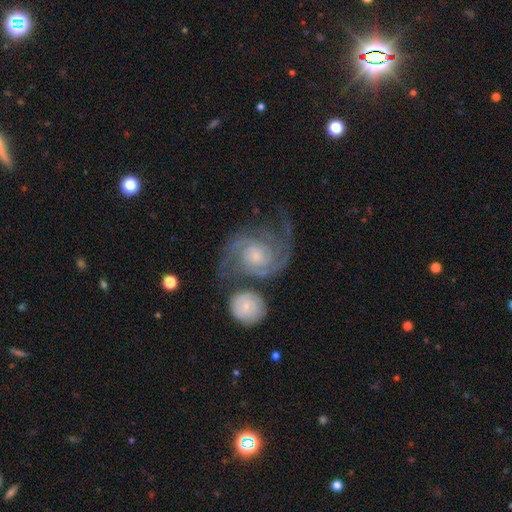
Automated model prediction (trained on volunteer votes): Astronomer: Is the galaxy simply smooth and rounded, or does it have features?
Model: featured or disk — 91%.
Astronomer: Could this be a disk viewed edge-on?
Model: no — 98%.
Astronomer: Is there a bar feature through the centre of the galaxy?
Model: no — 67%.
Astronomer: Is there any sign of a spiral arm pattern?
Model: yes — 98%.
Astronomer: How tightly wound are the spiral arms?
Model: medium — 44%, tied with tight at 44%.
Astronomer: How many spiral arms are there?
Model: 2 — 74%.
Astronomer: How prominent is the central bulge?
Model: small — 61%.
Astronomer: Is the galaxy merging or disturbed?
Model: none — 51%.